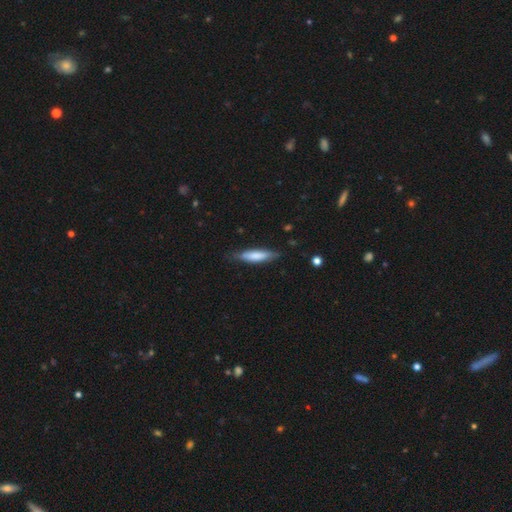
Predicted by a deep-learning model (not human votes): smooth 70%, featured or disk 25%, star or artifact 5%. Down the decision tree: how rounded — cigar-shaped (76%); merging — none (78%).